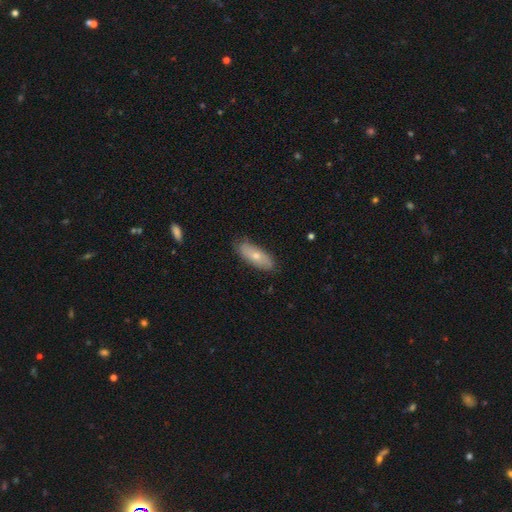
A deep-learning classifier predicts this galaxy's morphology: smooth_or_featured: smooth (p=0.63) [alt: featured or disk p=0.31]
how_rounded: in between (p=0.69) [alt: cigar-shaped p=0.28]
merging: none (p=0.79) [alt: minor disturbance p=0.17]